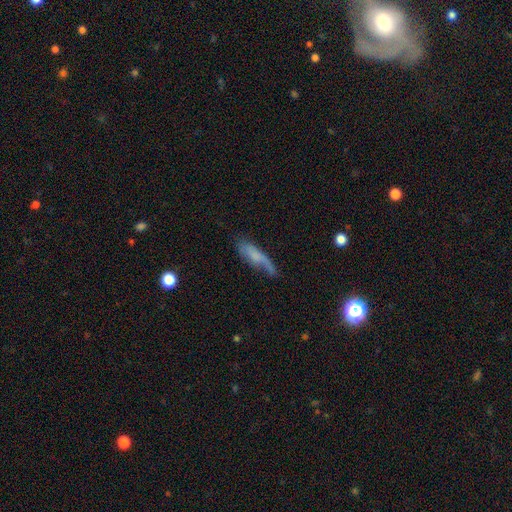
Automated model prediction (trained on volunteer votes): Overall: smooth (51%; featured or disk 40%). How rounded: cigar-shaped (57%; in between 40%). Merging: none (47%; minor disturbance 31%).